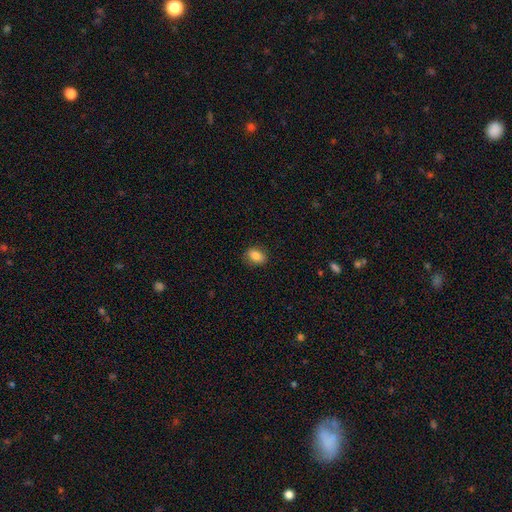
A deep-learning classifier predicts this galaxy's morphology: Smooth or featured?
  - smooth: 84% *
  - star or artifact: 9%
  - featured or disk: 7%
How rounded?
  - in between: 75% *
  - round: 24%
  - cigar-shaped: 1%
Merging?
  - none: 84% *
  - minor disturbance: 12%
  - major disturbance: 3%
  - merger: 1%